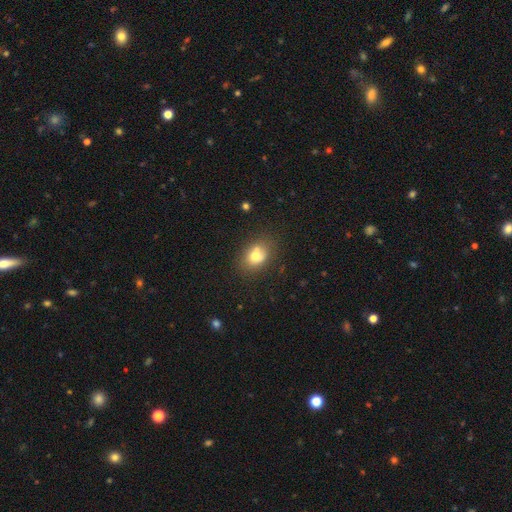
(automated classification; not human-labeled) Smooth or featured? Predicted: smooth (p=0.71). How rounded? Predicted: in between (p=0.62). Merging? Predicted: none (p=0.60).